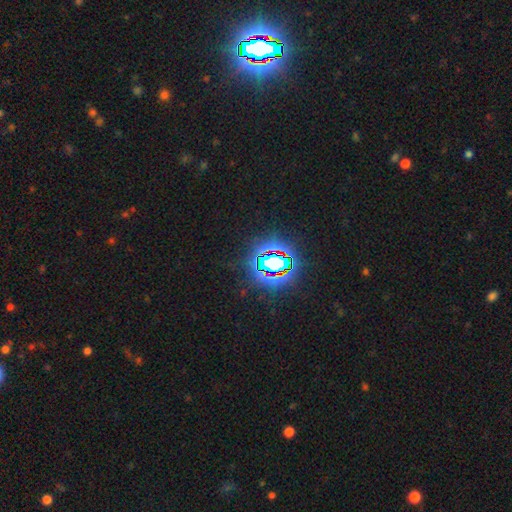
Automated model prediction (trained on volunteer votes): Morphology: type=star or artifact (85%).